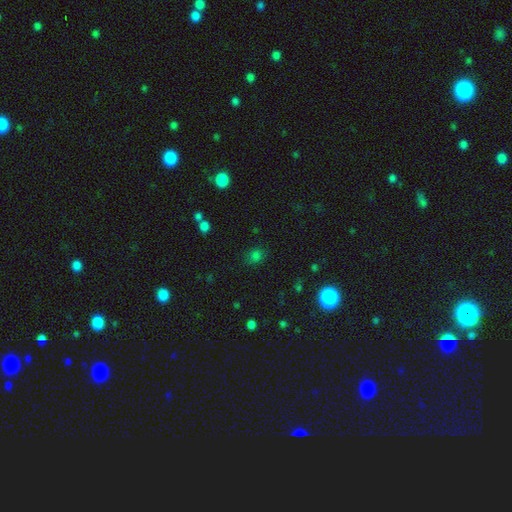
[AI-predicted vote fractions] Smooth or featured? Predicted: smooth (p=0.71). How rounded? Predicted: round (p=0.64). Merging? Predicted: none (p=0.78).